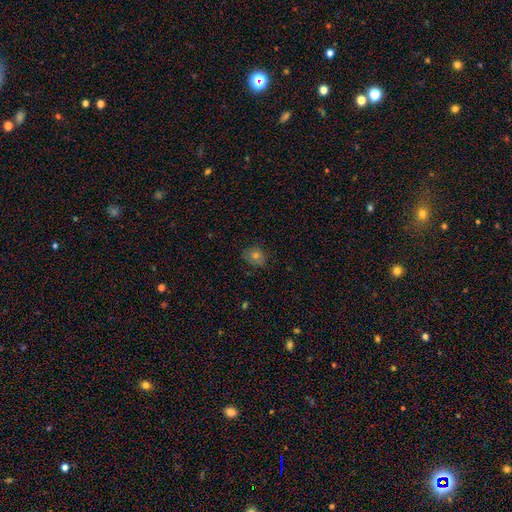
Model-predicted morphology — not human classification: Q: Smooth or featured?
A: smooth (67%); runner-up: star or artifact (18%)
Q: How rounded?
A: round (73%); runner-up: in between (26%)
Q: Merging?
A: none (80%); runner-up: minor disturbance (15%)